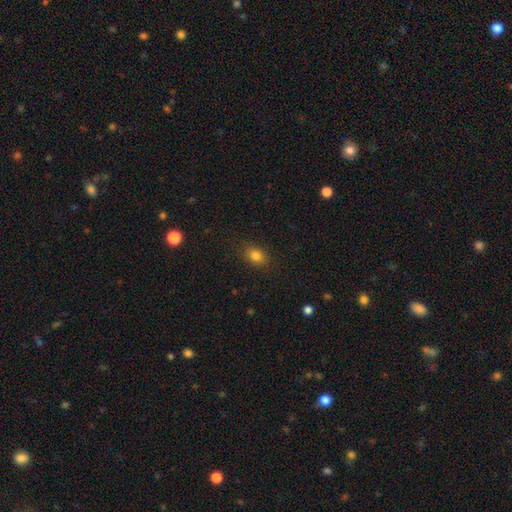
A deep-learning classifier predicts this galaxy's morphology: Smooth or featured? smooth (82%)
How rounded? in between (65%)
Merging? none (85%)